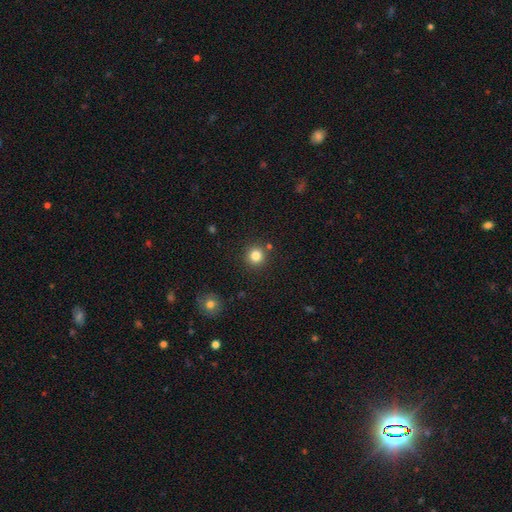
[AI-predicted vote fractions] smooth 83%, star or artifact 12%, featured or disk 6%. Down the decision tree: how rounded — round (94%); merging — none (86%).